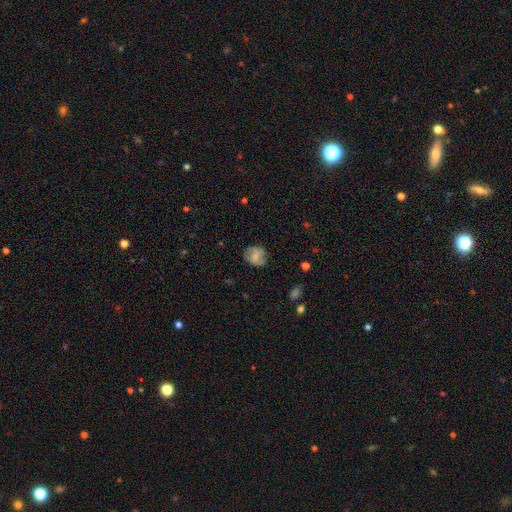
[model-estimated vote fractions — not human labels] Smooth or featured? Predicted: smooth (p=0.63). How rounded? Predicted: round (p=0.68). Merging? Predicted: none (p=0.75).